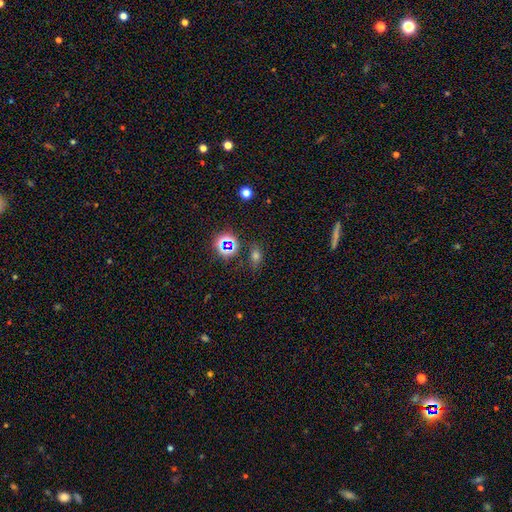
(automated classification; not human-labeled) This is possibly a smooth galaxy (58%). How rounded: likely in between (66%). Merging: likely none (78%).